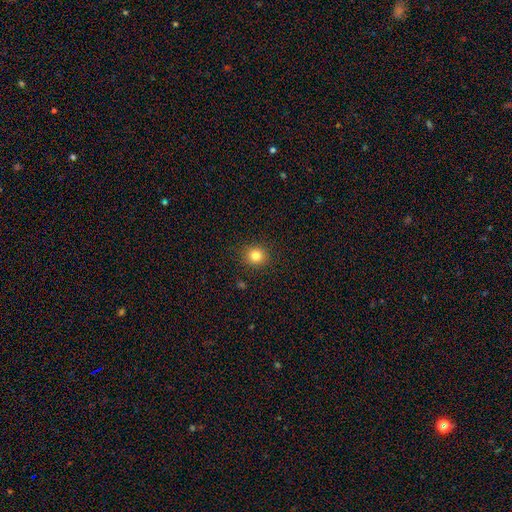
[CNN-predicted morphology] Smooth or featured: smooth — 82% (star or artifact — 12%)
How rounded: round — 85% (in between — 14%)
Merging: none — 90% (minor disturbance — 7%)